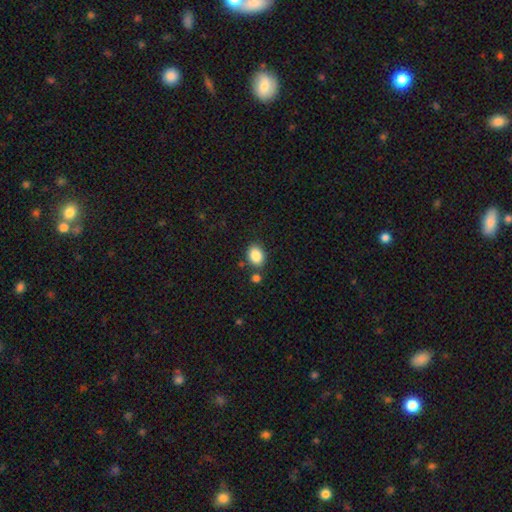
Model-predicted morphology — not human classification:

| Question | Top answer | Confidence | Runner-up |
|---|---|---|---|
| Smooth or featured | smooth | 87% | star or artifact (9%) |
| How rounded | in between | 66% | round (33%) |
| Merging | none | 76% | minor disturbance (11%) |